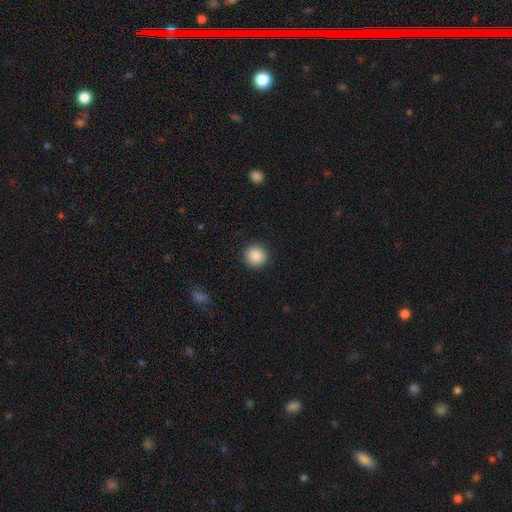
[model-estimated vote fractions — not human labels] Q: Smooth or featured?
A: smooth (88%); runner-up: star or artifact (8%)
Q: How rounded?
A: round (94%); runner-up: in between (5%)
Q: Merging?
A: none (92%); runner-up: minor disturbance (5%)